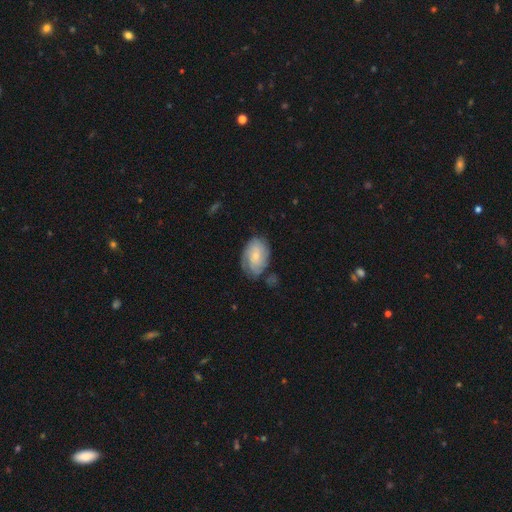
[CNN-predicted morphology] Smooth or featured: featured or disk — 49% (smooth — 44%)
Merging: none — 63% (minor disturbance — 25%)